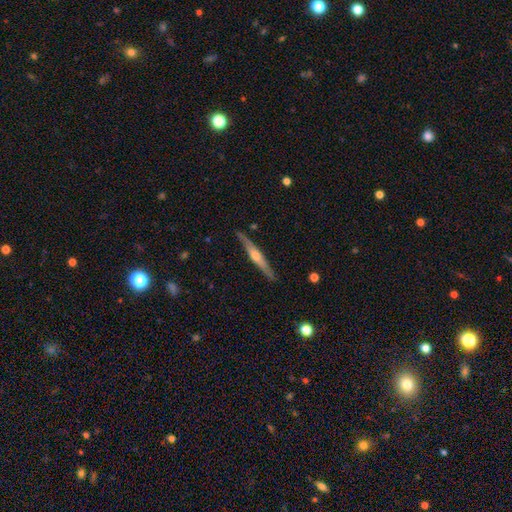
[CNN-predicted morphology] smooth_or_featured: featured or disk (p=0.72) [alt: smooth p=0.23]
disk_edge_on: yes (p=0.97) [alt: no p=0.03]
edge_on_bulge: rounded (p=0.84) [alt: none p=0.10]
merging: none (p=0.88) [alt: minor disturbance p=0.09]